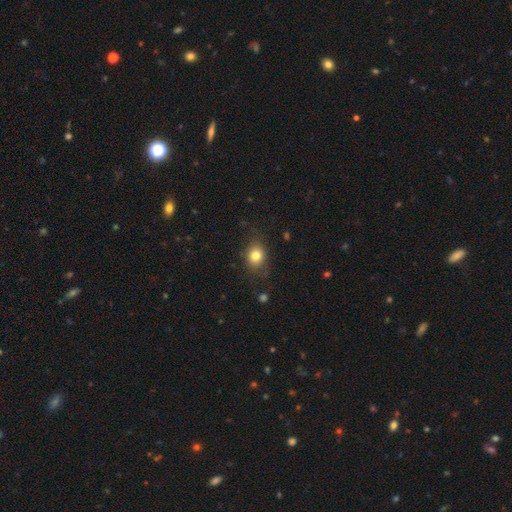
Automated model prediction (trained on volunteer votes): smooth 80%, star or artifact 11%, featured or disk 10%. Down the decision tree: how rounded — round (54%); merging — none (75%).